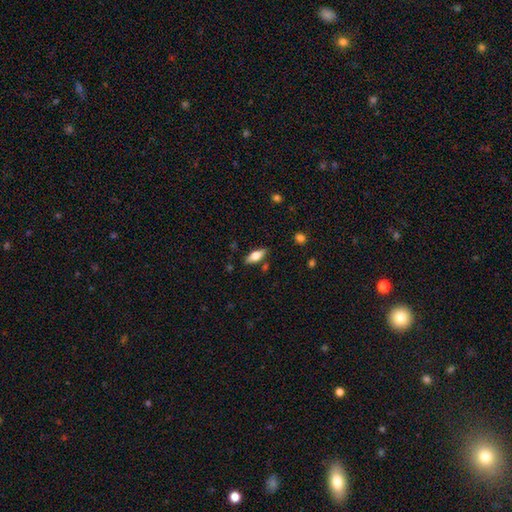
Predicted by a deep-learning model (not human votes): smooth 65%, featured or disk 29%, star or artifact 7%. Down the decision tree: how rounded — in between (73%); merging — none (84%).